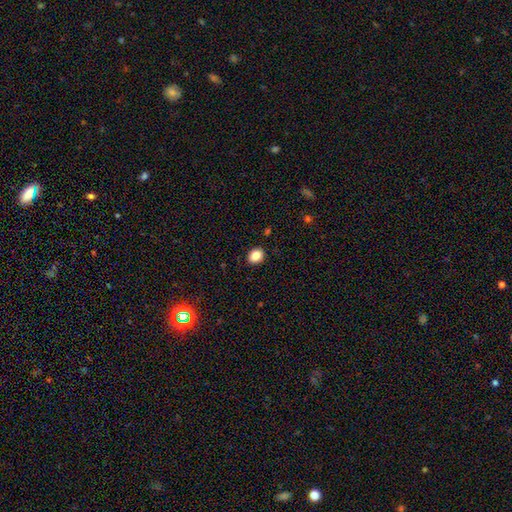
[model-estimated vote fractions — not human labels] A smooth galaxy with no disk features (85%) that is in between round and cigar-shaped (55%).

Vote fractions:
- Smooth or featured? smooth: 85% / star or artifact: 10% / featured or disk: 6%
- How rounded? in between: 55% / round: 44% / cigar-shaped: 1%
- Merging? none: 89% / minor disturbance: 8% / major disturbance: 2% / merger: 1%